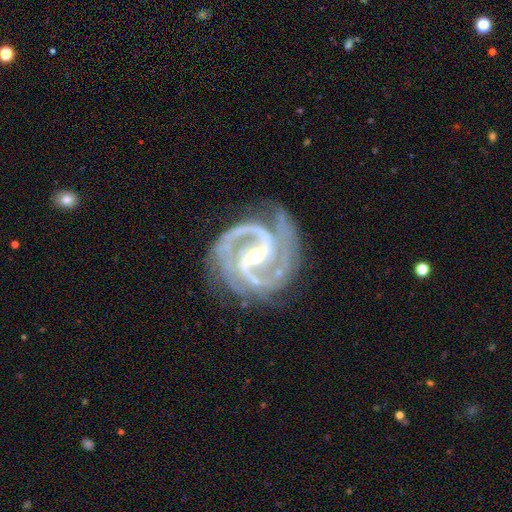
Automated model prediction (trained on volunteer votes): A featured or disk galaxy (94%) with a strong bar (48%), 2 (80%) medium (58%) spiral arms (99%) and a small central bulge (53%). Merging: none (75%).